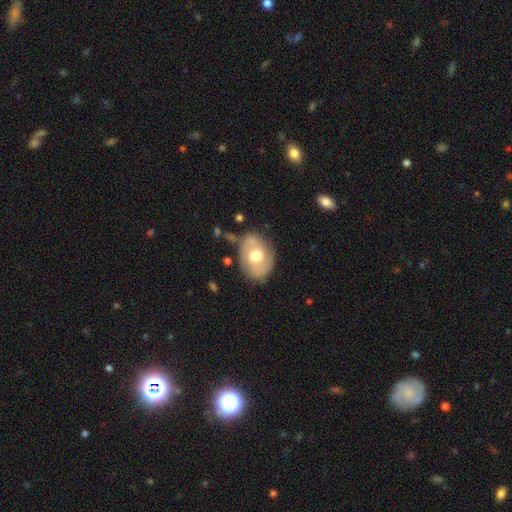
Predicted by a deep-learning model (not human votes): Overall: smooth (49%; featured or disk 45%). Merging: none (72%).